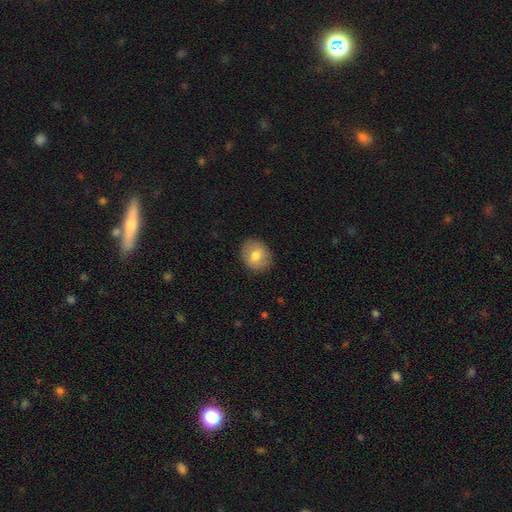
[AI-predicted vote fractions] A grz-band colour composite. It shows a smooth galaxy with no disk features (74%) that is round (61%). Merging: none (87%).